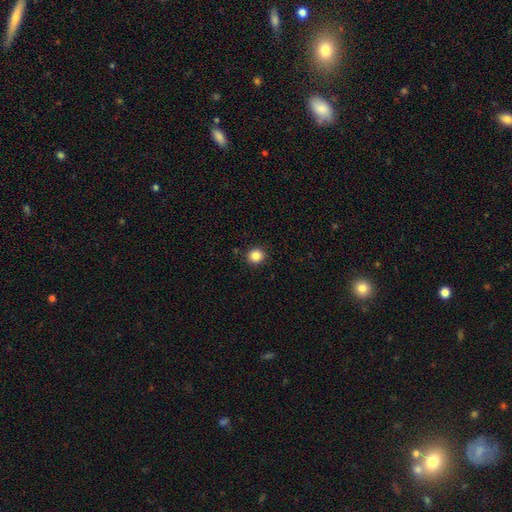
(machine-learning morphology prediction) A smooth galaxy with no disk features (85%) that is round (89%).

Vote fractions:
- Smooth or featured? smooth: 85% / star or artifact: 11% / featured or disk: 4%
- How rounded? round: 89% / in between: 10% / cigar-shaped: 1%
- Merging? none: 91% / minor disturbance: 6% / major disturbance: 2% / merger: 1%